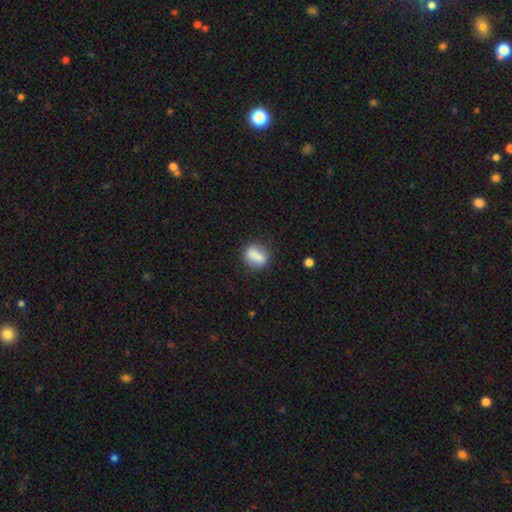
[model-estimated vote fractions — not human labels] Overall: smooth (76%). How rounded: in between (54%; round 33%). Merging: none (74%).